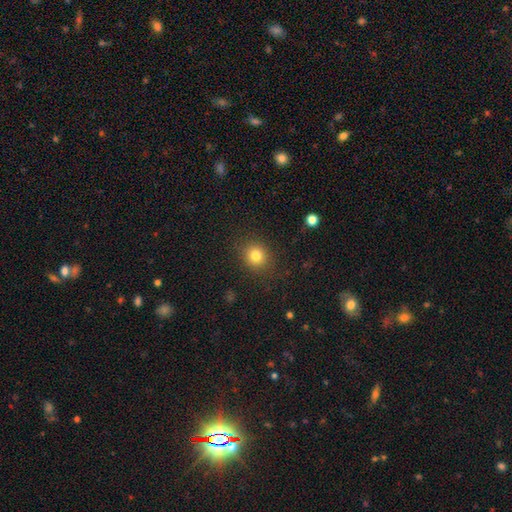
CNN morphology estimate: Smooth or featured: smooth — 81% (star or artifact — 13%)
How rounded: round — 82% (in between — 17%)
Merging: none — 87% (minor disturbance — 8%)